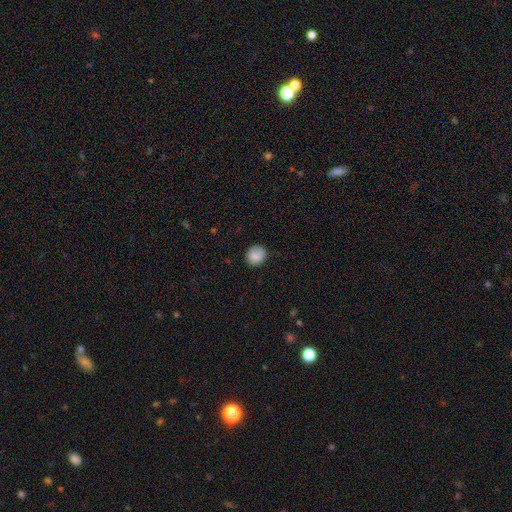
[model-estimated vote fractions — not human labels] Morphology: type=smooth (86%); roundness=round (83%); merging=none (81%).